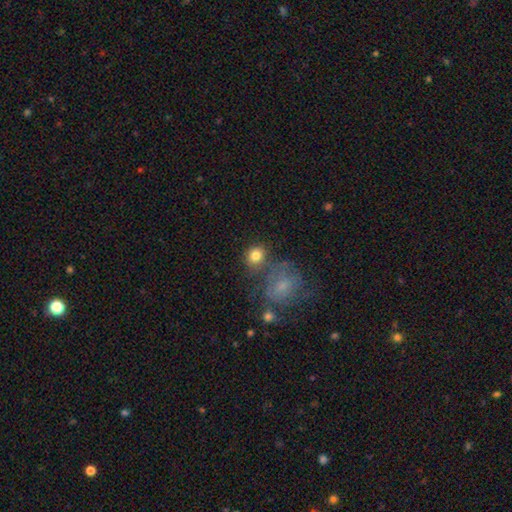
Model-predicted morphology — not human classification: Smooth or featured? Predicted: smooth (p=0.81). How rounded? Predicted: round (p=0.74). Merging? Predicted: none (p=0.62).